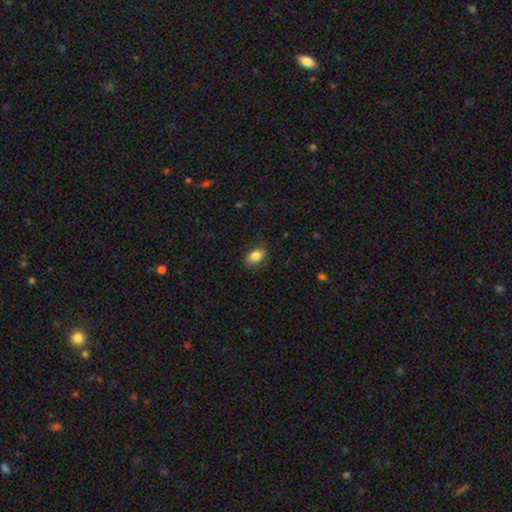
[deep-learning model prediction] Morphology: type=smooth (84%); roundness=in between (85%); merging=none (83%).